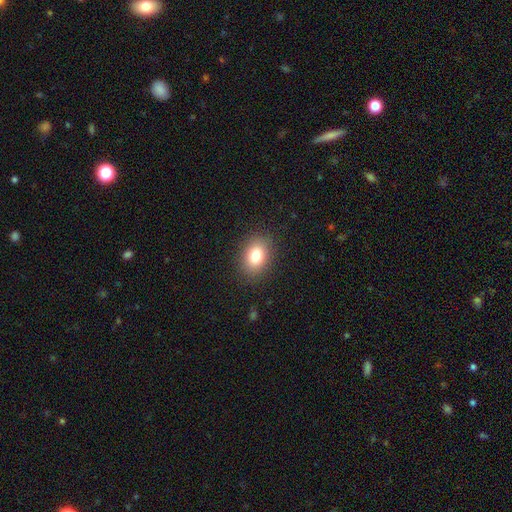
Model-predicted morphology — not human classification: type=smooth (81%); roundness=in between (66%); merging=none (88%).